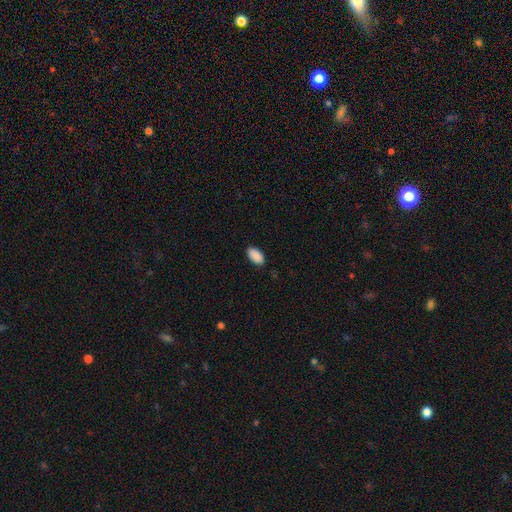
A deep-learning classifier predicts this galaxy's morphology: smooth_or_featured: smooth (p=0.91) [alt: star or artifact p=0.07]
how_rounded: in between (p=0.95) [alt: round p=0.03]
merging: none (p=0.88) [alt: minor disturbance p=0.09]